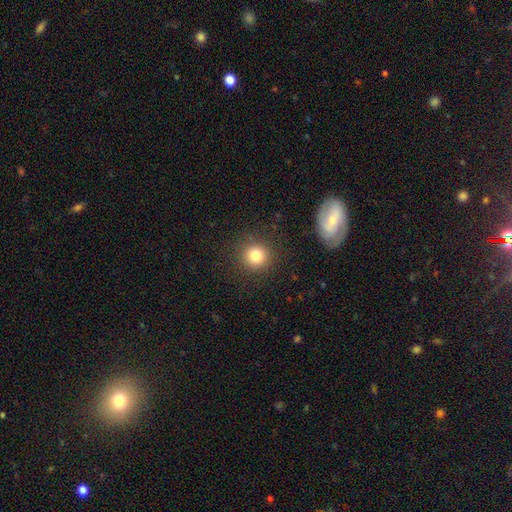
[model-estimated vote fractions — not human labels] smooth 81%, star or artifact 12%, featured or disk 7%. Down the decision tree: how rounded — round (93%); merging — none (89%).